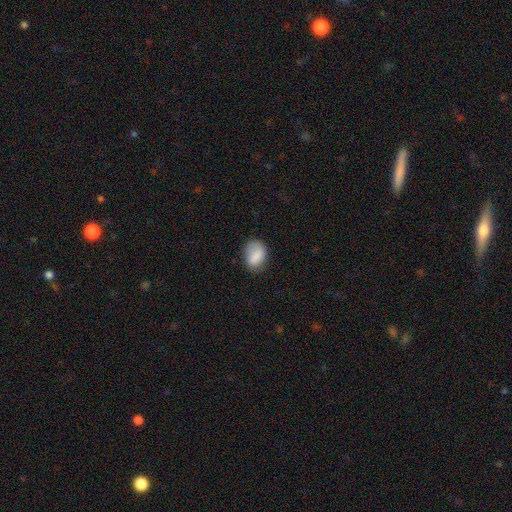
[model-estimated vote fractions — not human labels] Overall: smooth (82%). How rounded: in between (72%). Merging: none (63%; minor disturbance 26%).